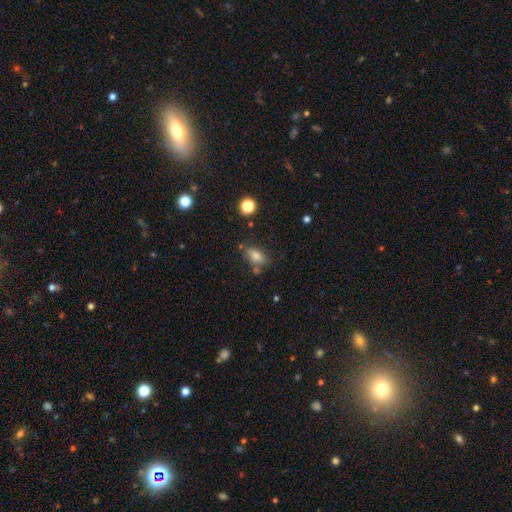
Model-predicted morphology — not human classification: Q: Smooth or featured?
A: smooth (76%); runner-up: star or artifact (12%)
Q: How rounded?
A: in between (83%); runner-up: round (10%)
Q: Merging?
A: none (65%); runner-up: minor disturbance (17%)